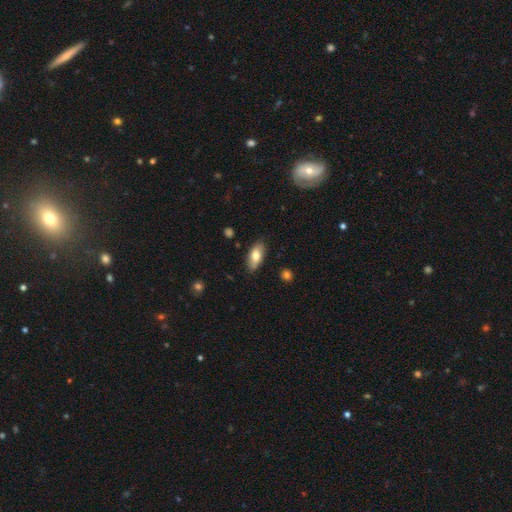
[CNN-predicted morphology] Smooth or featured? Predicted: smooth (p=0.74). How rounded? Predicted: in between (p=0.87). Merging? Predicted: none (p=0.83).